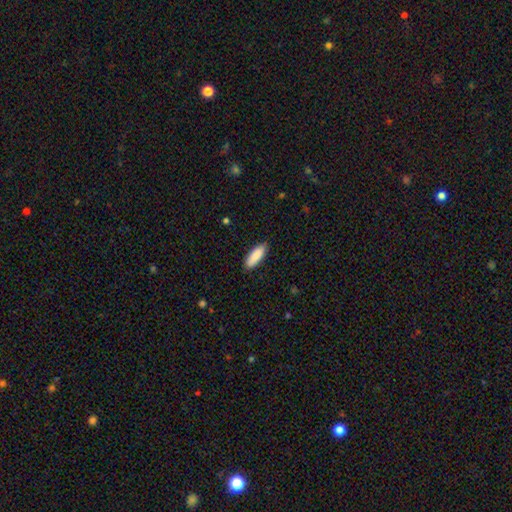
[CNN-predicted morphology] Smooth or featured? smooth (89%)
How rounded? in between (62%)
Merging? none (87%)